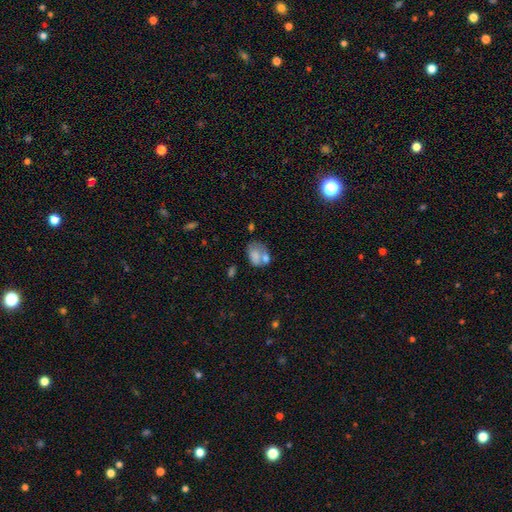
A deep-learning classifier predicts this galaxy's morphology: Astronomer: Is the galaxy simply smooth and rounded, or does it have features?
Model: smooth — 67%.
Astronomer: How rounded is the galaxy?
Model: in between — 75%.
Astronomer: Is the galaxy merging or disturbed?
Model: merger — 39% (runner-up: none, 30%).